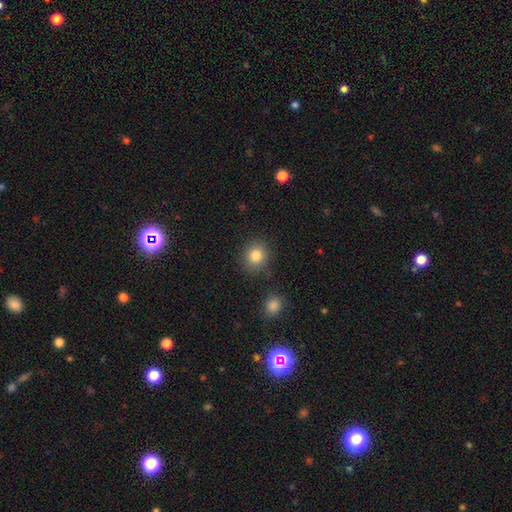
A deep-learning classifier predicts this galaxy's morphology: type=smooth (83%); roundness=round (85%); merging=none (83%).